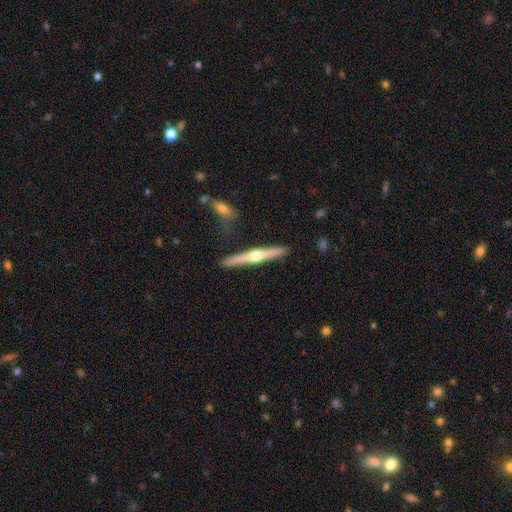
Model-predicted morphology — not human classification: A featured or disk galaxy (74%) viewed edge-on (98%) with a rounded central bulge (94%).

Vote fractions:
- Smooth or featured? featured or disk: 74% / smooth: 20% / star or artifact: 5%
- Edge-on disk? yes: 98% / no: 2%
- Edge-on bulge? rounded: 94% / none: 4% / boxy: 2%
- Merging? none: 88% / minor disturbance: 7% / merger: 3% / major disturbance: 2%